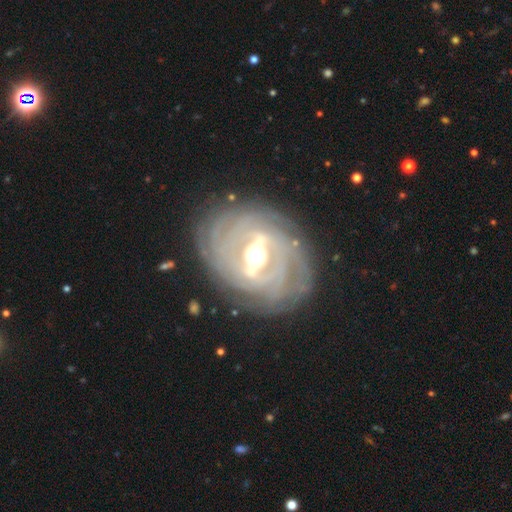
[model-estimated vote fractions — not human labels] This appears to be a featured or disk galaxy (88%) with a strong bar (63%), tight (78%) spiral arms (89%) and a moderate central bulge (69%). Merging: none (81%).